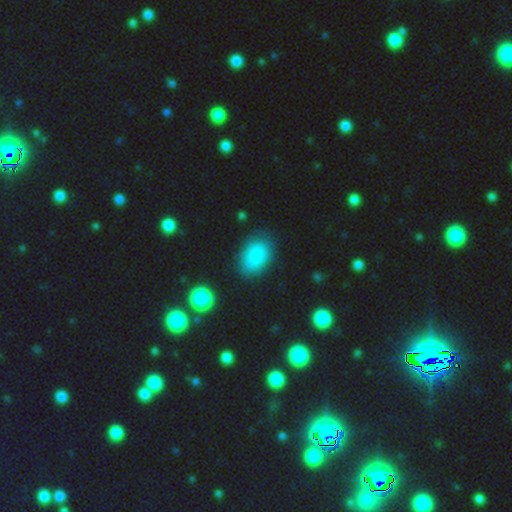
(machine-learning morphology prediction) This is clearly a smooth galaxy (83%). How rounded: clearly in between (83%). Merging: likely none (78%).